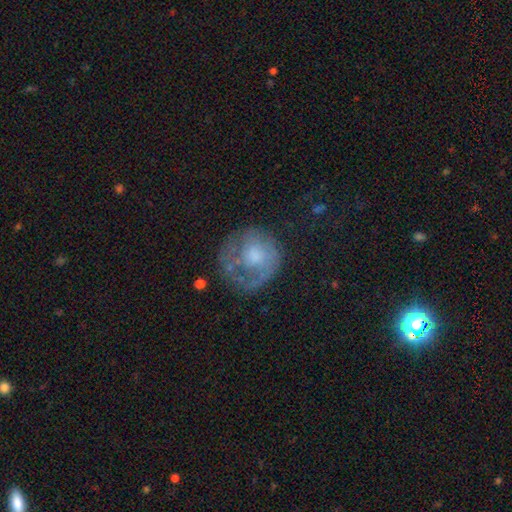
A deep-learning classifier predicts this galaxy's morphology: Smooth or featured?
  - featured or disk: 53% *
  - smooth: 39%
  - star or artifact: 8%
Edge-on disk?
  - no: 98% *
  - yes: 2%
Bar?
  - no: 83% *
  - weak: 15%
  - strong: 2%
Spiral arms?
  - yes: 55% *
  - no: 45%
Bulge size?
  - moderate: 46% *
  - small: 23%
  - large: 15%
  - none: 13%
  - dominant: 2%
Merging?
  - none: 49% *
  - major disturbance: 27%
  - minor disturbance: 21%
  - merger: 3%